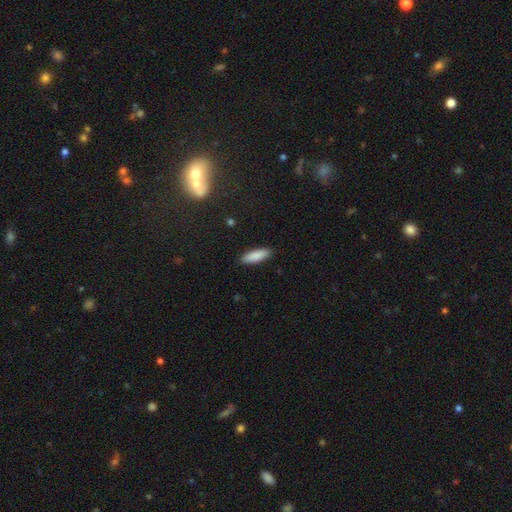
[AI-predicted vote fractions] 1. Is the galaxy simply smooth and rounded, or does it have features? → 88% smooth, 6% featured or disk, 6% star or artifact.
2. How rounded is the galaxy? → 51% cigar-shaped, 48% in between, 2% round.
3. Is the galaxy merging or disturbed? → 90% none, 7% minor disturbance, 2% major disturbance, 1% merger.